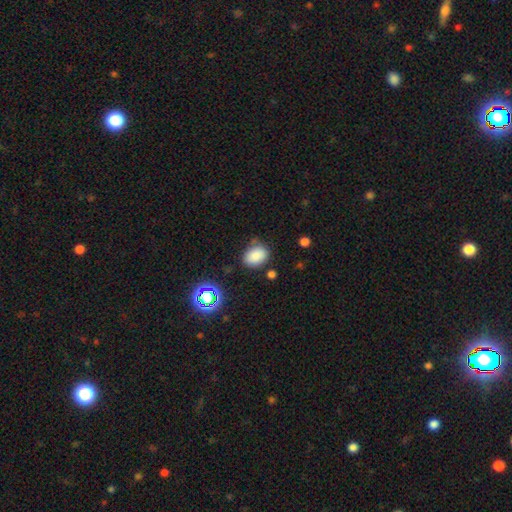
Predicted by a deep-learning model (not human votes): This is clearly a smooth galaxy (82%). How rounded: likely in between (68%). Merging: likely none (70%).